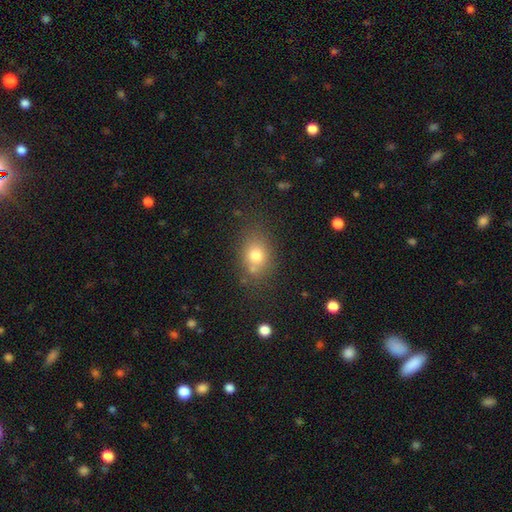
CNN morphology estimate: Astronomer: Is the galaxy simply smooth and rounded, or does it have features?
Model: smooth — 75%.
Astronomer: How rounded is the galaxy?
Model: in between — 56% (runner-up: round, 43%).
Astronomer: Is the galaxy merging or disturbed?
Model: none — 70%.